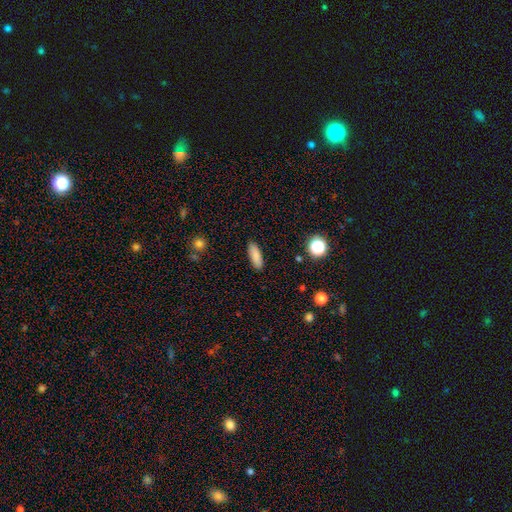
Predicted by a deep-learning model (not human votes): smooth 86%, star or artifact 8%, featured or disk 6%. Down the decision tree: how rounded — in between (57%); merging — none (90%).